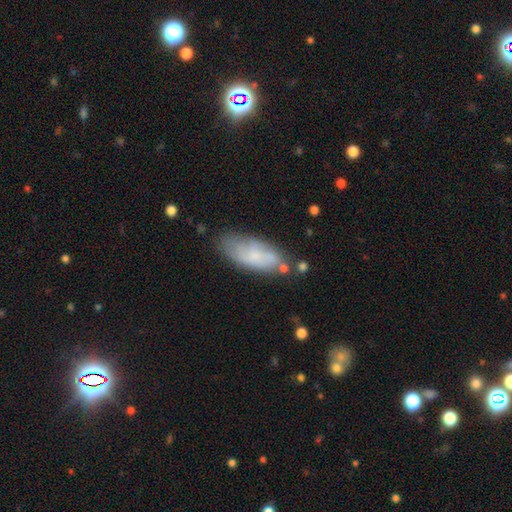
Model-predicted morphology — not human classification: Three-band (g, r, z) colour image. It shows a smooth galaxy with no disk features (63%) that is in between round and cigar-shaped (79%). Merging: none (62%).